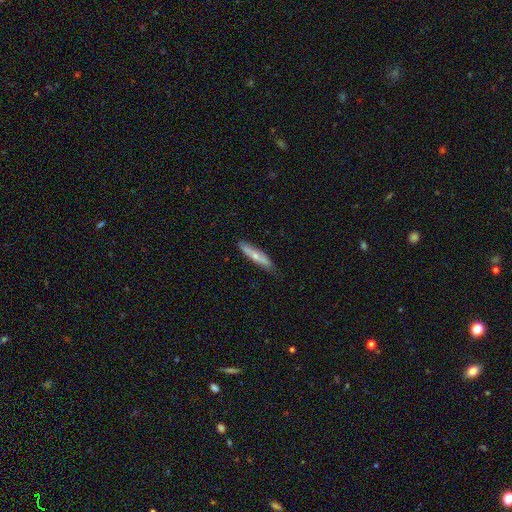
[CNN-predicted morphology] The model was most divided on "smooth or featured": smooth: 54%, featured or disk: 41%, star or artifact: 6%. More confident: how rounded — cigar-shaped (84%); merging — none (76%).